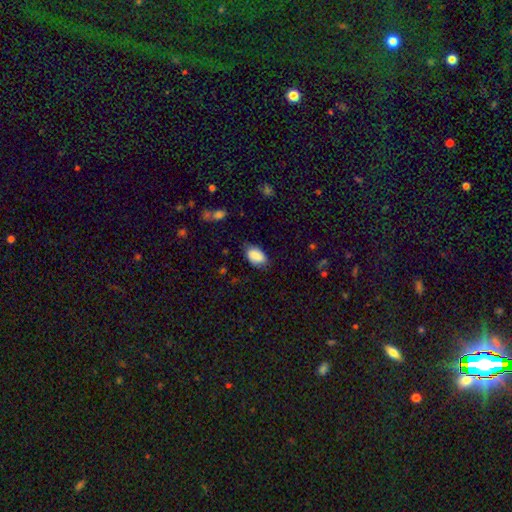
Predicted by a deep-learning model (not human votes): Smooth or featured: smooth — 85% (featured or disk — 8%)
How rounded: in between — 92% (round — 7%)
Merging: none — 73% (minor disturbance — 21%)